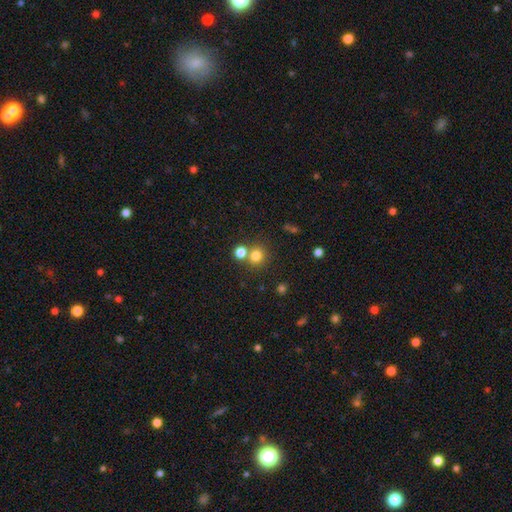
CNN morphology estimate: smooth-or-featured: smooth: 78% | star or artifact: 15% | featured or disk: 8%
  how-rounded: round: 87% | in between: 12% | cigar-shaped: 1%
  merging: none: 61% | merger: 29% | minor disturbance: 7% | major disturbance: 3%